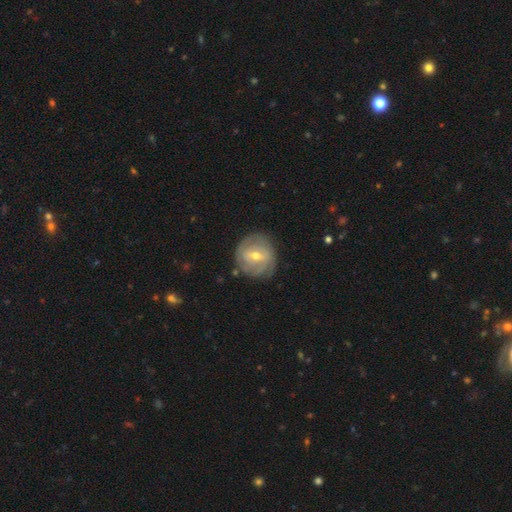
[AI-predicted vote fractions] smooth-or-featured: featured or disk: 64% | smooth: 30% | star or artifact: 6%
  disk-edge-on: no: 96% | yes: 4%
    bar: weak: 55% | no: 27% | strong: 18%
    has-spiral-arms: yes: 73% | no: 27%
    bulge-size: moderate: 57% | small: 39% | large: 2% | none: 1% | dominant: 1%
  merging: none: 77% | minor disturbance: 16% | major disturbance: 5% | merger: 2%